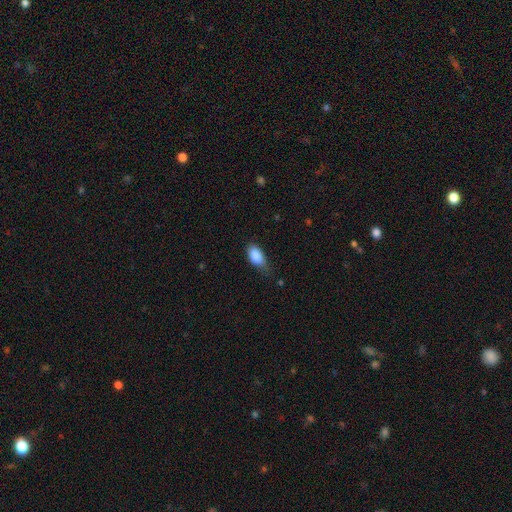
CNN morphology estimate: smooth_or_featured: smooth (p=0.88) [alt: star or artifact p=0.07]
how_rounded: in between (p=0.91) [alt: round p=0.05]
merging: none (p=0.51) [alt: minor disturbance p=0.37]